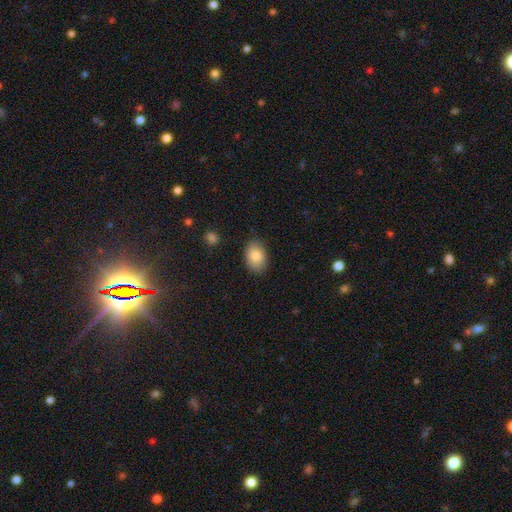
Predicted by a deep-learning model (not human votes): smooth_or_featured: smooth (p=0.84) [alt: featured or disk p=0.08]
how_rounded: in between (p=0.82) [alt: round p=0.17]
merging: none (p=0.83) [alt: minor disturbance p=0.13]